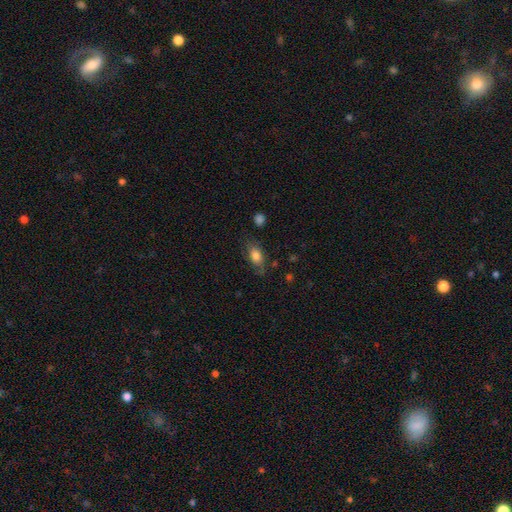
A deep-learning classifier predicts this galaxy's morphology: smooth-or-featured: smooth: 77% | featured or disk: 15% | star or artifact: 8%
  how-rounded: in between: 83% | round: 9% | cigar-shaped: 8%
  merging: none: 67% | minor disturbance: 23% | major disturbance: 8% | merger: 2%